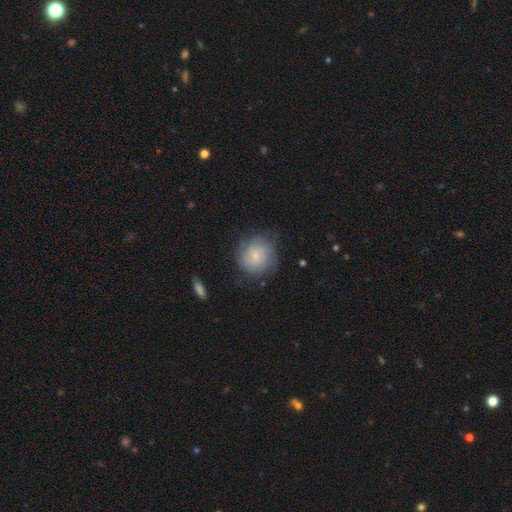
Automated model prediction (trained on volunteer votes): Q: Smooth or featured?
A: smooth (65%); runner-up: featured or disk (27%)
Q: How rounded?
A: round (86%); runner-up: in between (13%)
Q: Merging?
A: none (71%); runner-up: minor disturbance (20%)